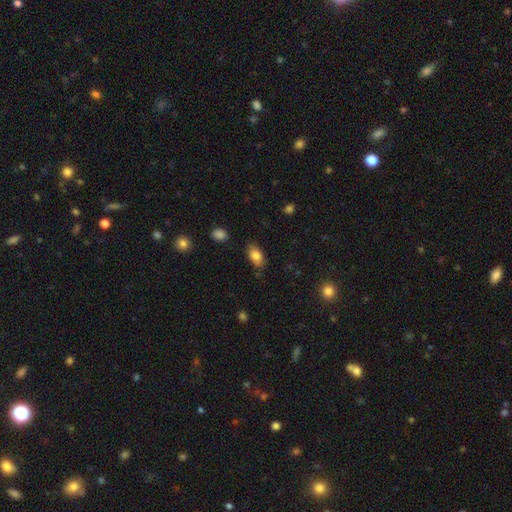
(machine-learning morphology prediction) Smooth or featured: smooth — 83% (featured or disk — 9%)
How rounded: in between — 90% (round — 6%)
Merging: none — 81% (minor disturbance — 14%)